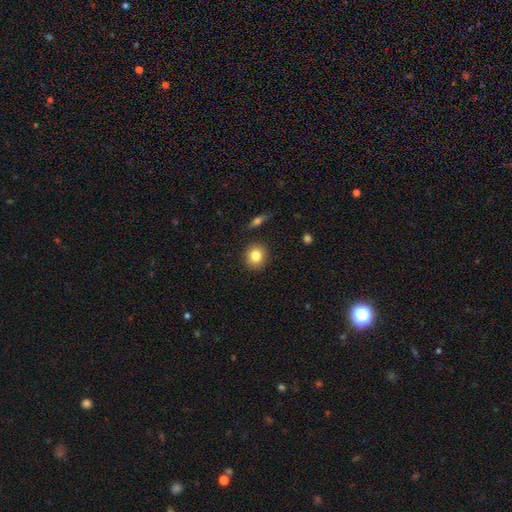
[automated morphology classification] A smooth galaxy with no disk features (82%) that is round (86%). Merging: none (89%).